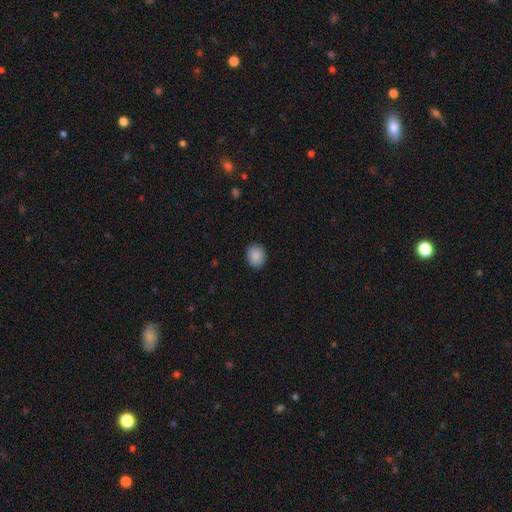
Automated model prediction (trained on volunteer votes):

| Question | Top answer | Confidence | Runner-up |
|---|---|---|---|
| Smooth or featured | smooth | 89% | star or artifact (8%) |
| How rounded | round | 54% | in between (45%) |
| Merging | none | 88% | minor disturbance (9%) |